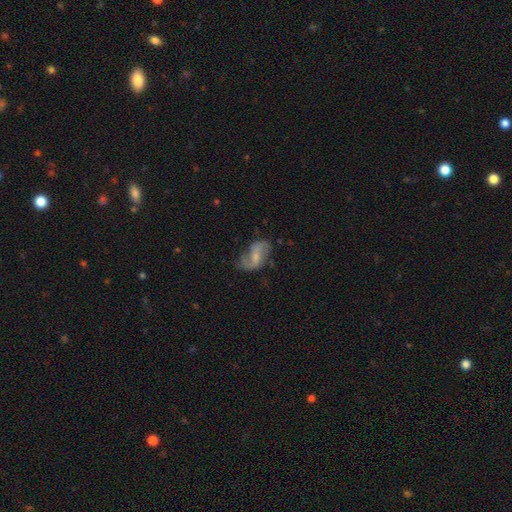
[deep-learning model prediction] Smooth or featured?
  - featured or disk: 73% *
  - smooth: 20%
  - star or artifact: 7%
Edge-on disk?
  - no: 97% *
  - yes: 3%
Bar?
  - weak: 47% *
  - no: 36%
  - strong: 17%
Spiral arms?
  - yes: 90% *
  - no: 10%
Spiral winding?
  - loose: 61% *
  - medium: 30%
  - tight: 9%
Spiral arm count?
  - 2: 86% *
  - can't tell: 6%
  - 1: 5%
  - 3: 2%
  - 4: 1%
  - more than 4: 1%
Bulge size?
  - small: 57% *
  - moderate: 32%
  - none: 8%
  - large: 2%
  - dominant: 1%
Merging?
  - none: 60% *
  - minor disturbance: 24%
  - major disturbance: 13%
  - merger: 2%